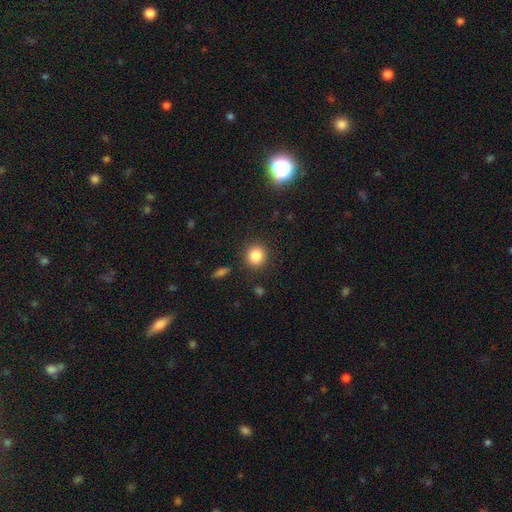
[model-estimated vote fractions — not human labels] A smooth galaxy with no disk features (84%) that is round (87%). Merging: none (88%).